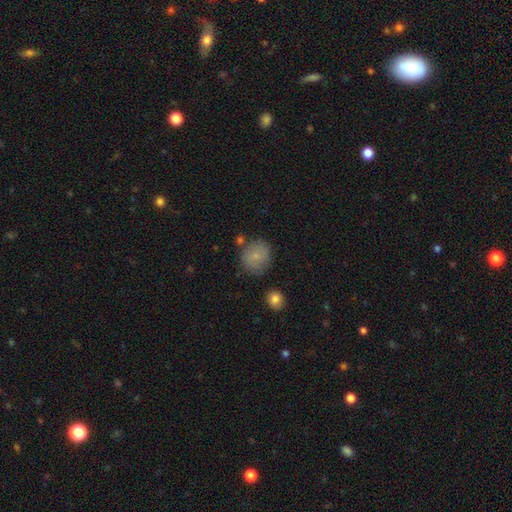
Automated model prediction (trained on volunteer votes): smooth 80%, featured or disk 11%, star or artifact 9%. Down the decision tree: how rounded — round (80%); merging — none (76%).